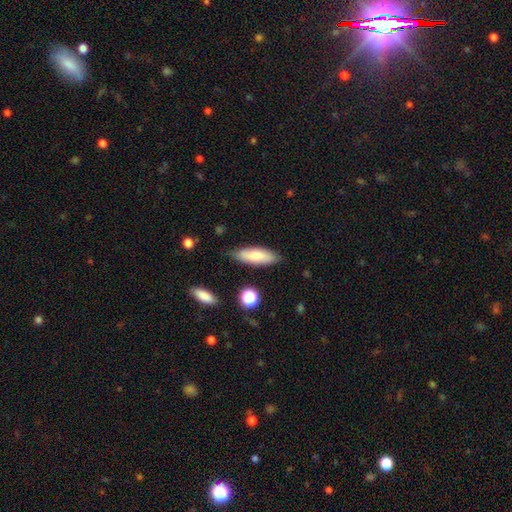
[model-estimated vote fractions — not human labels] Smooth or featured?
  - smooth: 75% *
  - featured or disk: 19%
  - star or artifact: 7%
How rounded?
  - in between: 60% *
  - cigar-shaped: 38%
  - round: 2%
Merging?
  - none: 80% *
  - minor disturbance: 15%
  - major disturbance: 3%
  - merger: 2%